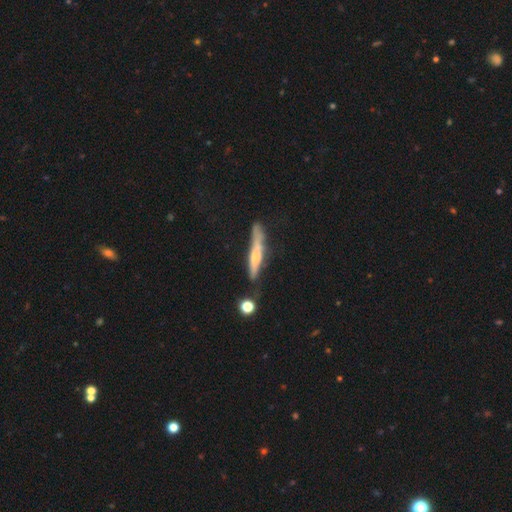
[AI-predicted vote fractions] smooth_or_featured: featured or disk (p=0.48) [alt: smooth p=0.44]
merging: none (p=0.58) [alt: minor disturbance p=0.24]